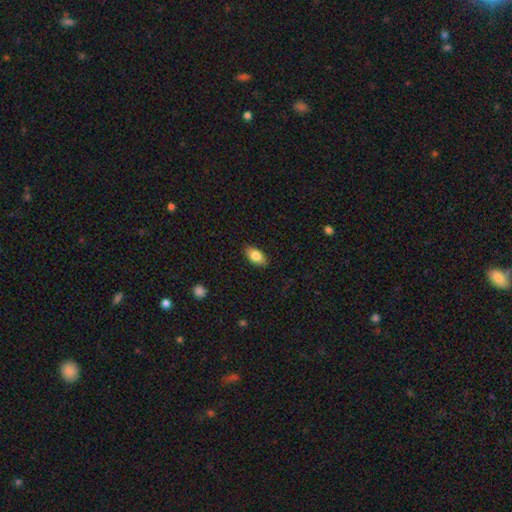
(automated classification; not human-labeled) Morphology: type=smooth (81%); roundness=in between (91%); merging=none (88%).